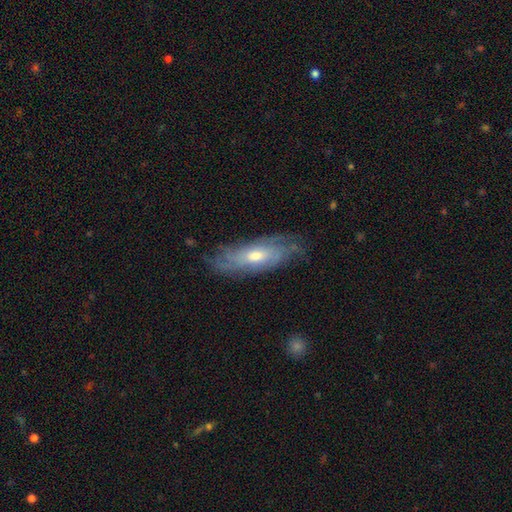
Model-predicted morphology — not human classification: A featured or disk galaxy (74%) with no bar (69%), tight (59%) spiral arms (87%) and a moderate central bulge (67%).

Vote fractions:
- Smooth or featured? featured or disk: 74% / smooth: 20% / star or artifact: 6%
- Edge-on disk? no: 81% / yes: 19%
- Bar? no: 69% / weak: 26% / strong: 5%
- Spiral arms? yes: 87% / no: 13%
- Spiral winding? tight: 59% / medium: 30% / loose: 10%
- Spiral arm count? can't tell: 62% / 2: 12% / 3: 9% / 4: 8% / more than 4: 5% / 1: 4%
- Bulge size? moderate: 67% / small: 24% / large: 7% / none: 1% / dominant: 1%
- Merging? none: 72% / minor disturbance: 20% / major disturbance: 7% / merger: 1%